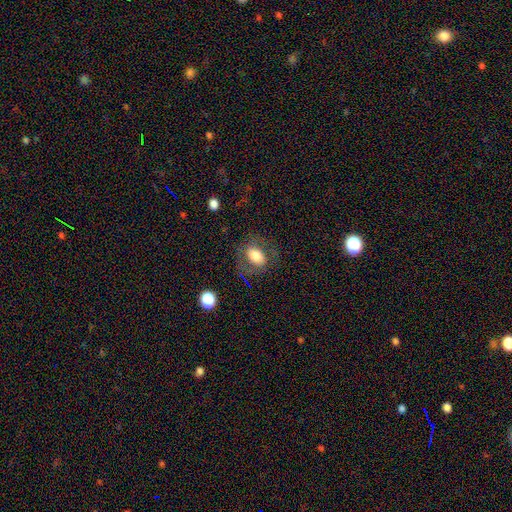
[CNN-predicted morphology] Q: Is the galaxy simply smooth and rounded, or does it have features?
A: smooth — 64%.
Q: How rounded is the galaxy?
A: in between — 71%.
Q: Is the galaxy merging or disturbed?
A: none — 69%.